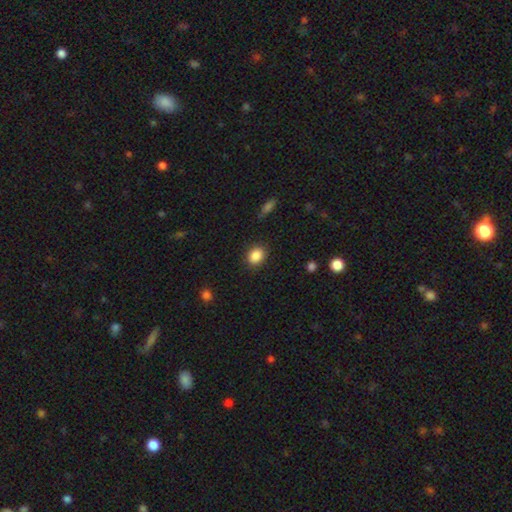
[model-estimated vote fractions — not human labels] Q: Smooth or featured?
A: smooth (87%); runner-up: star or artifact (9%)
Q: How rounded?
A: in between (56%); runner-up: round (43%)
Q: Merging?
A: none (86%); runner-up: minor disturbance (10%)